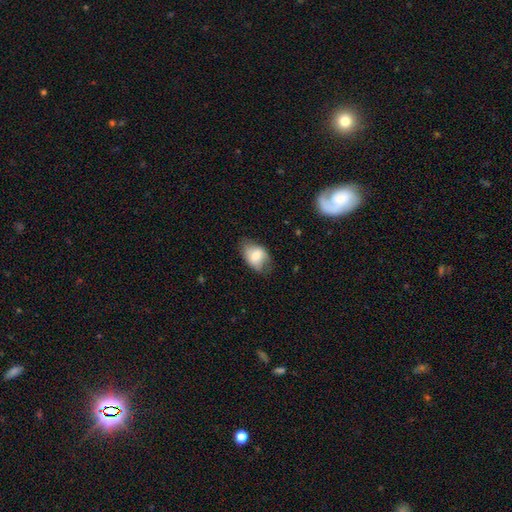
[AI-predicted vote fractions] The model was most divided on "merging": none: 63%, minor disturbance: 28%, major disturbance: 8%, merger: 1%. More confident: how rounded — in between (83%); smooth or featured — smooth (70%).